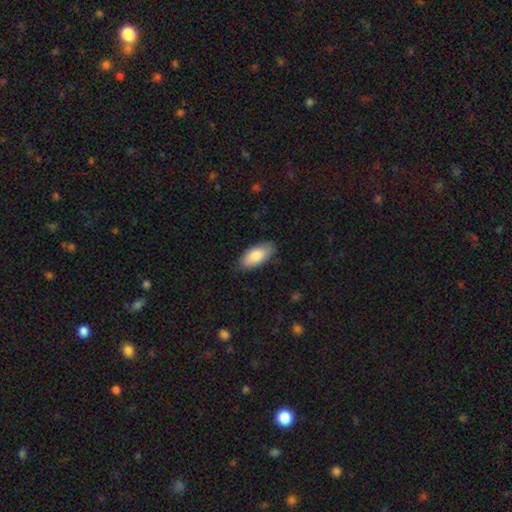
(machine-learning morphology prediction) Smooth or featured? smooth (85%)
How rounded? in between (90%)
Merging? none (84%)